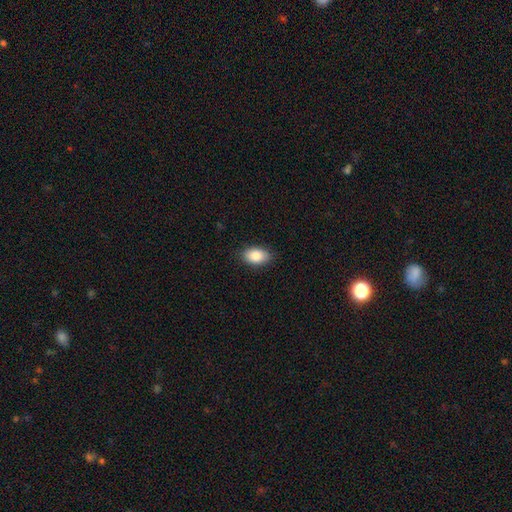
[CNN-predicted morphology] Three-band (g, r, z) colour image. It shows a smooth galaxy with no disk features (87%) that is in between round and cigar-shaped (91%). Merging: none (87%).